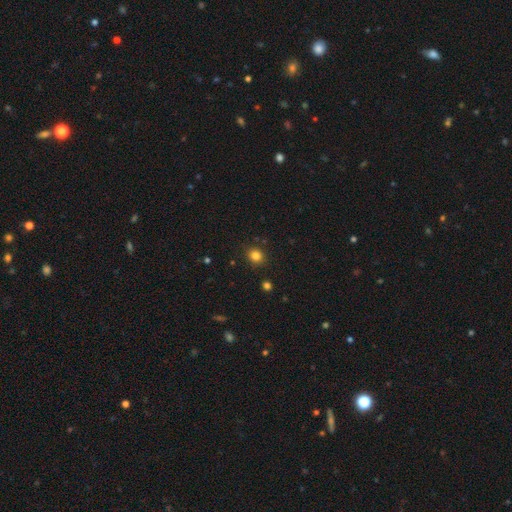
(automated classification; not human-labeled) smooth 82%, star or artifact 13%, featured or disk 5%. Down the decision tree: how rounded — round (76%); merging — none (87%).